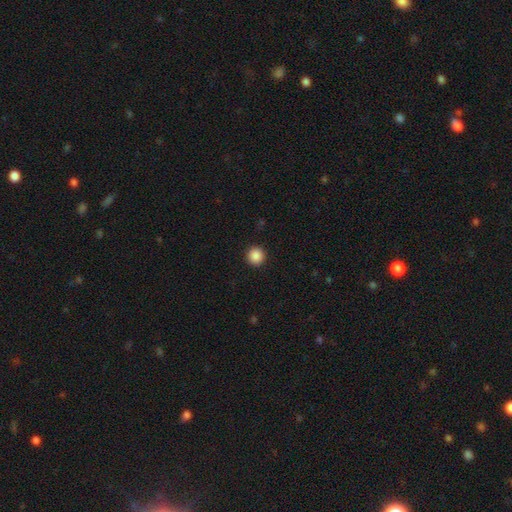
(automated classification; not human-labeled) smooth-or-featured: smooth: 88% | star or artifact: 9% | featured or disk: 2%
  how-rounded: round: 95% | in between: 4% | cigar-shaped: 1%
  merging: none: 93% | minor disturbance: 5% | major disturbance: 2% | merger: 1%